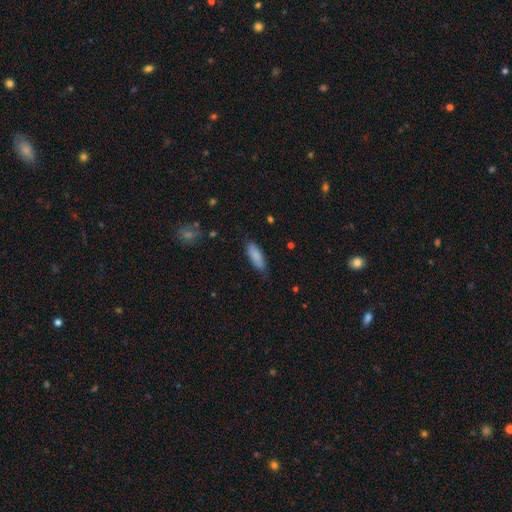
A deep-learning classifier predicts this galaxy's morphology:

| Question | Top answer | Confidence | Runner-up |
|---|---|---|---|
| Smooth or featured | smooth | 87% | featured or disk (7%) |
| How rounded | in between | 63% | cigar-shaped (36%) |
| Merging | none | 78% | minor disturbance (17%) |